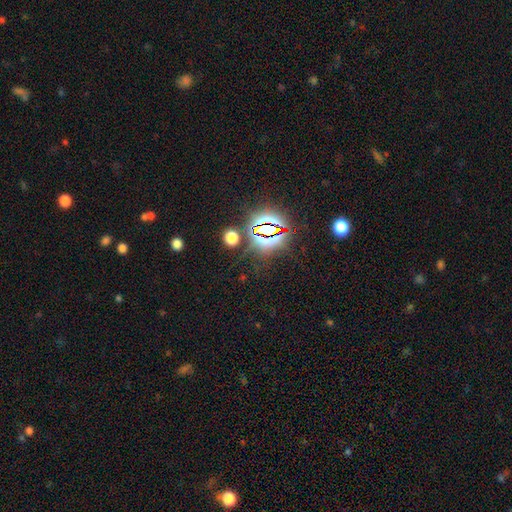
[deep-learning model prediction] Smooth or featured? Predicted: star or artifact (p=0.83).